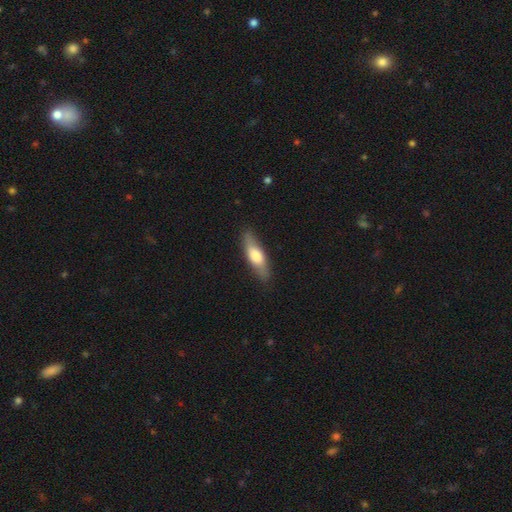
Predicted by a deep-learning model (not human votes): Overall: smooth (62%; featured or disk 33%). How rounded: cigar-shaped (53%; in between 45%). Merging: none (84%).